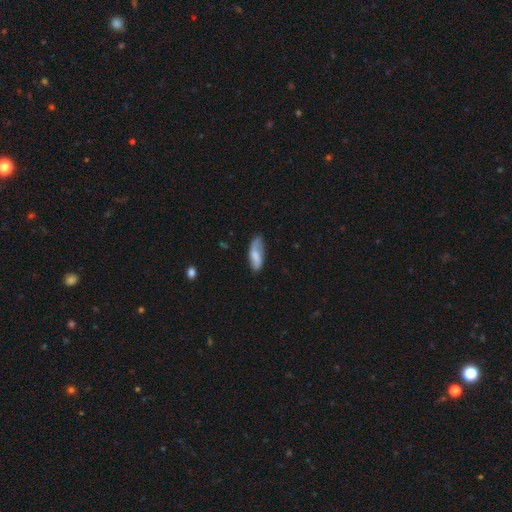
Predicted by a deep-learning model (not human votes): A smooth galaxy with no disk features (58%) that is in between round and cigar-shaped (70%). Merging: none (67%).